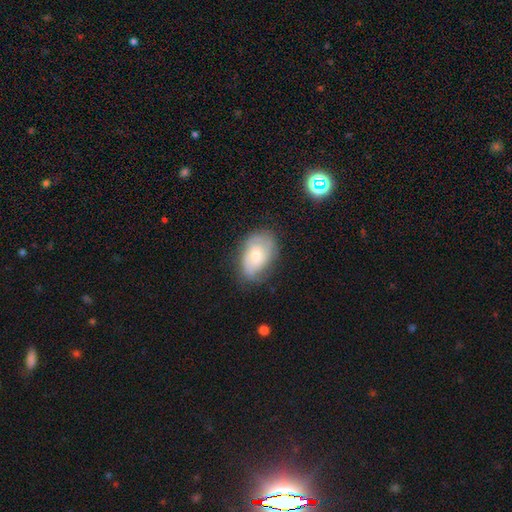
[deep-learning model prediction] featured or disk 53%, smooth 39%, star or artifact 8%. Down the decision tree: edge-on disk — no (96%); bar — no (71%); spiral arms — yes (83%); bulge size — small (53%); merging — none (66%).